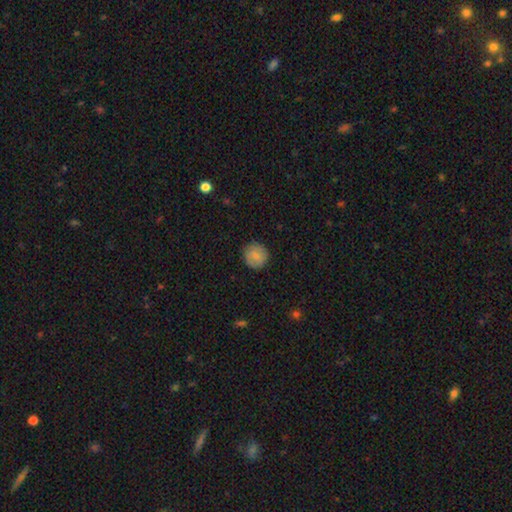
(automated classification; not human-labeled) smooth 80%, featured or disk 13%, star or artifact 8%. Down the decision tree: how rounded — round (93%); merging — none (87%).